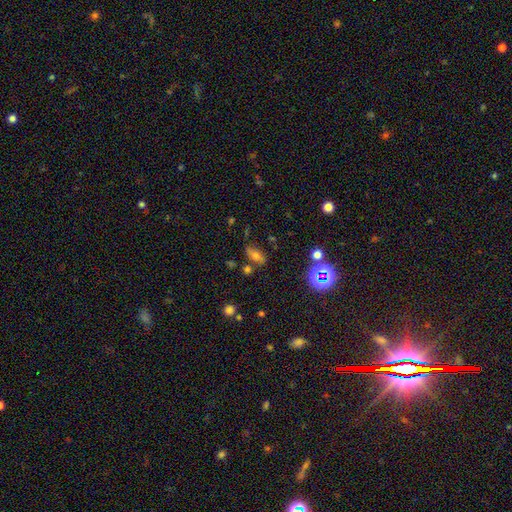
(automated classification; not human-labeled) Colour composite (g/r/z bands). It shows a smooth galaxy with no disk features (66%) that is in between round and cigar-shaped (83%). Merging: none (70%).